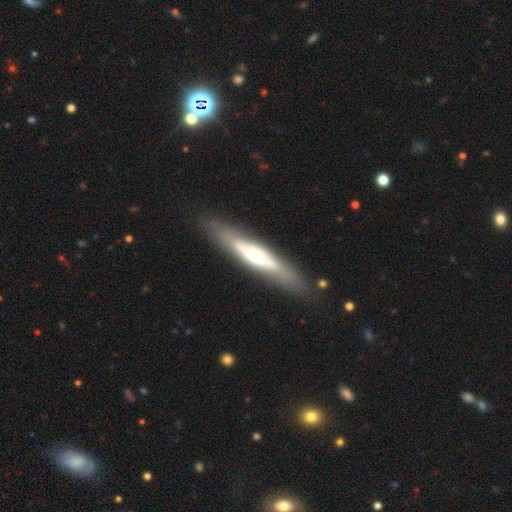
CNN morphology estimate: Overall: featured or disk (61%; smooth 33%). Edge-on disk: yes (70%; no 30%). Merging: none (82%).